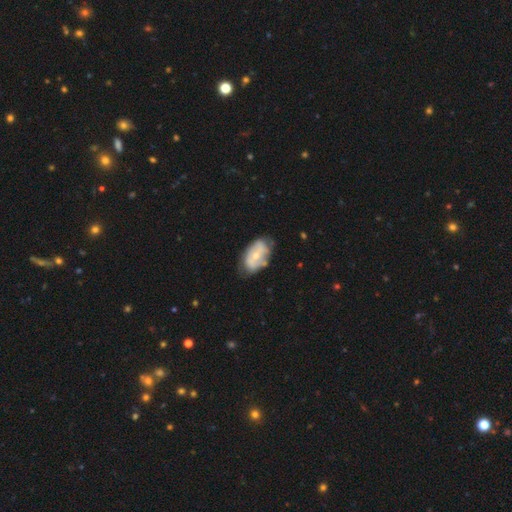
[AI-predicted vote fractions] Smooth or featured? Predicted: featured or disk (p=0.60). Edge-on disk? Predicted: no (p=0.95). Bar? Predicted: no (p=0.61). Spiral arms? Predicted: yes (p=0.61). Bulge size? Predicted: small (p=0.49). Merging? Predicted: none (p=0.61).